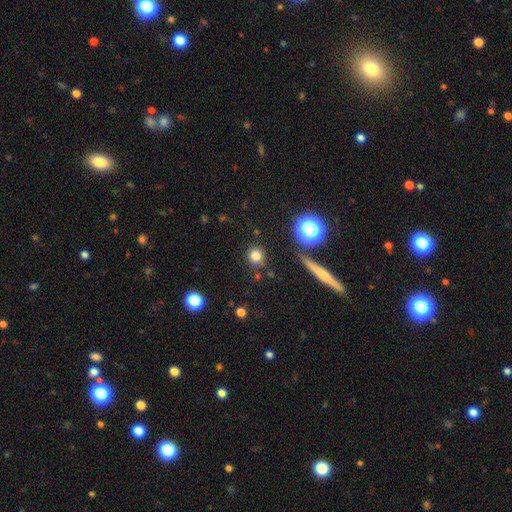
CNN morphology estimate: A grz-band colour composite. It shows a smooth galaxy with no disk features (78%) that is round (90%). Merging: none (83%).